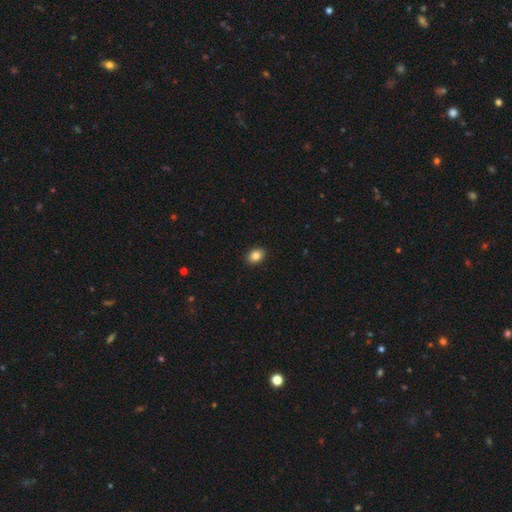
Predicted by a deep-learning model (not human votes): smooth_or_featured: smooth (p=0.85) [alt: star or artifact p=0.09]
how_rounded: in between (p=0.69) [alt: round p=0.30]
merging: none (p=0.91) [alt: minor disturbance p=0.07]